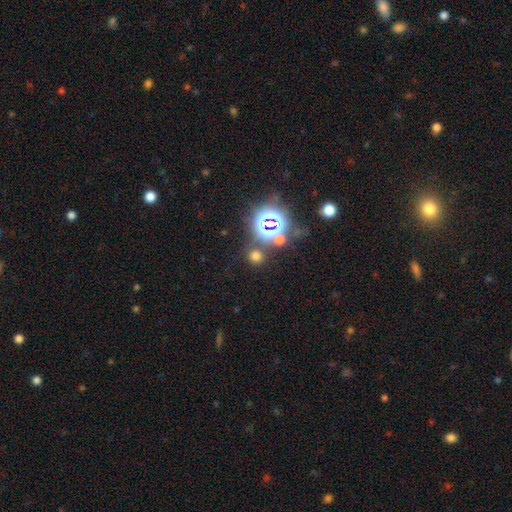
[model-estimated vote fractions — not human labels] Smooth or featured?
  - smooth: 57% *
  - star or artifact: 36%
  - featured or disk: 6%
How rounded?
  - round: 88% *
  - in between: 11%
  - cigar-shaped: 1%
Merging?
  - none: 81% *
  - minor disturbance: 8%
  - merger: 7%
  - major disturbance: 4%